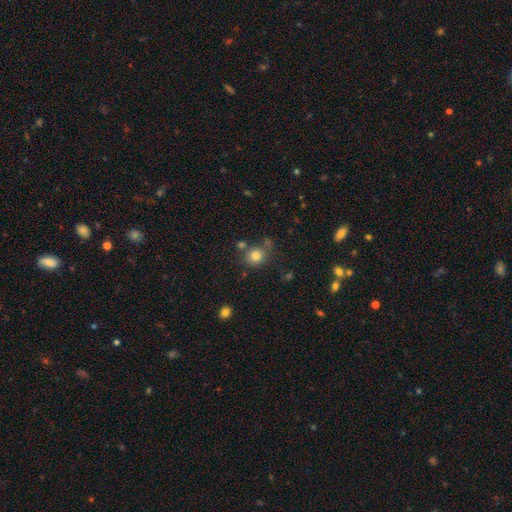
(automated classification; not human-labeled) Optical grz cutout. It shows a smooth galaxy with no disk features (80%) that is round (85%). Merging: none (71%).